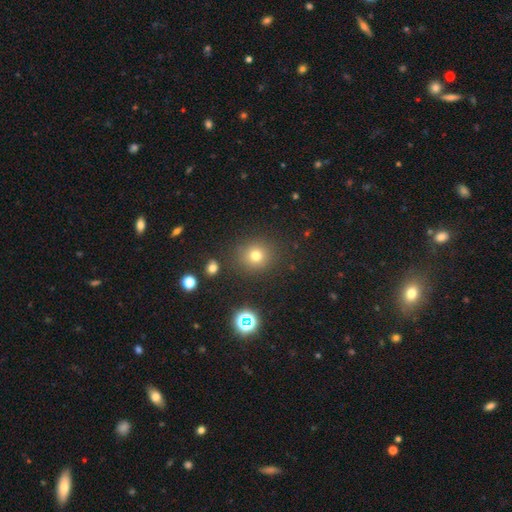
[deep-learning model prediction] A smooth galaxy with no disk features (74%) that is round (89%).

Vote fractions:
- Smooth or featured? smooth: 74% / star or artifact: 18% / featured or disk: 8%
- How rounded? round: 89% / in between: 10% / cigar-shaped: 1%
- Merging? none: 86% / minor disturbance: 8% / major disturbance: 3% / merger: 3%